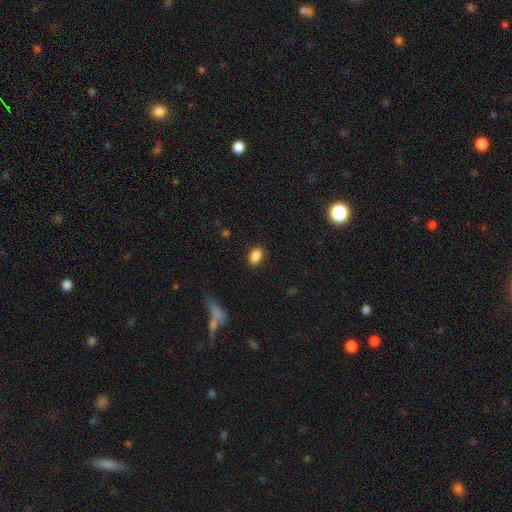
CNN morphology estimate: This appears to be a smooth galaxy with no disk features (87%) that is in between round and cigar-shaped (89%). Merging: none (87%).